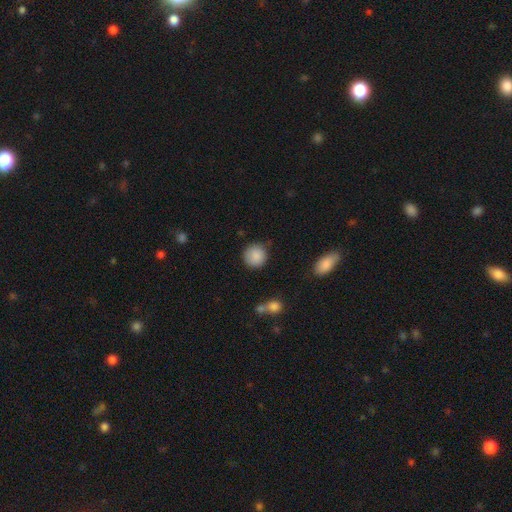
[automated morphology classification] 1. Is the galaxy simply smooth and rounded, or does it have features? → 88% smooth, 8% star or artifact, 5% featured or disk.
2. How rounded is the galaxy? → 92% round, 7% in between, 1% cigar-shaped.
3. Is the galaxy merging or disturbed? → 82% none, 12% minor disturbance, 3% major disturbance, 2% merger.